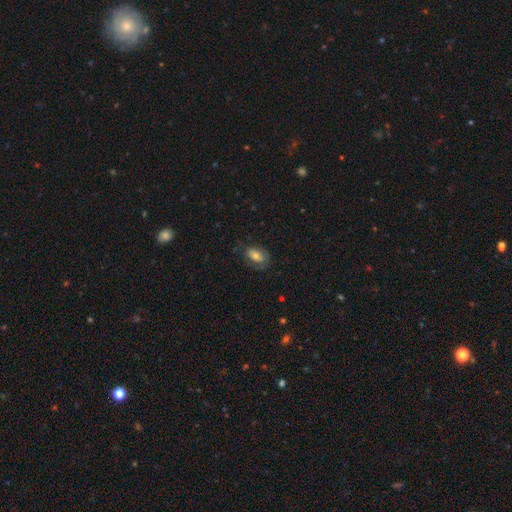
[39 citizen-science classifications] Overall: smooth (59%; featured or disk 38%). How rounded: in between (74%). Merging: none (63%; minor disturbance 24%).